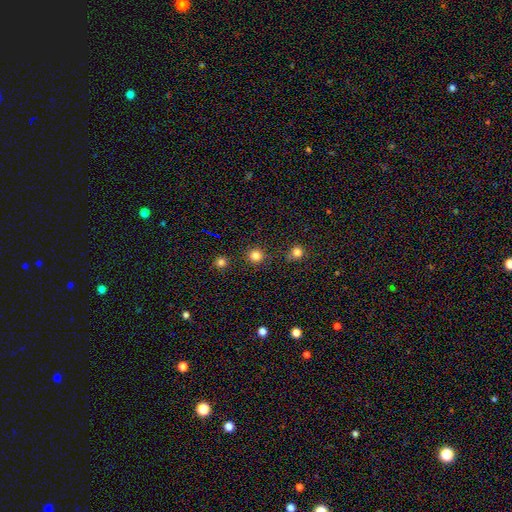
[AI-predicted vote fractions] Smooth or featured? smooth (80%)
How rounded? round (94%)
Merging? none (88%)